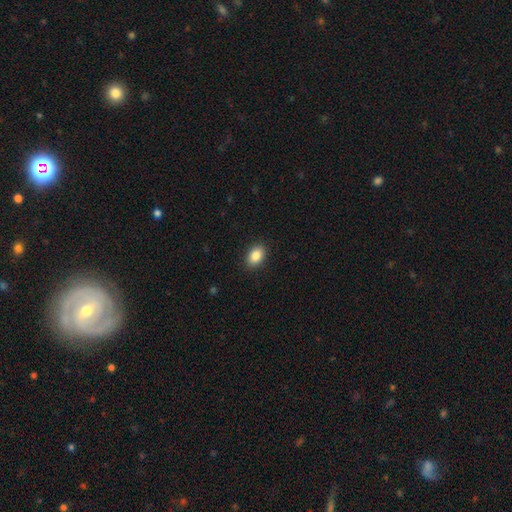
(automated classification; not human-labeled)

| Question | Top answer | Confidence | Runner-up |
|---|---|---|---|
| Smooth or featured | smooth | 86% | star or artifact (8%) |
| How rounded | in between | 81% | round (17%) |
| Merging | none | 89% | minor disturbance (8%) |